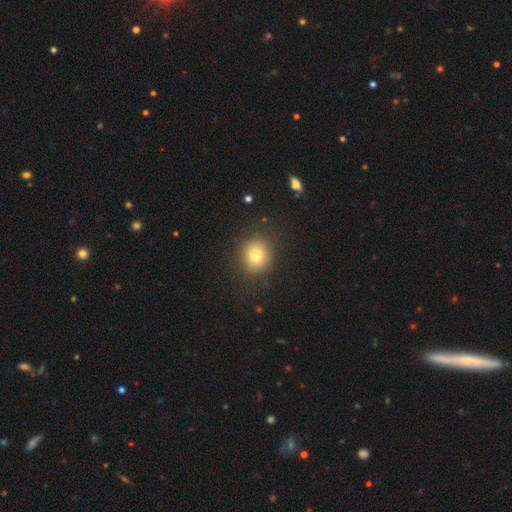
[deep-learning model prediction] smooth_or_featured: smooth (p=0.77) [alt: star or artifact p=0.12]
how_rounded: round (p=0.78) [alt: in between p=0.21]
merging: none (p=0.86) [alt: minor disturbance p=0.09]